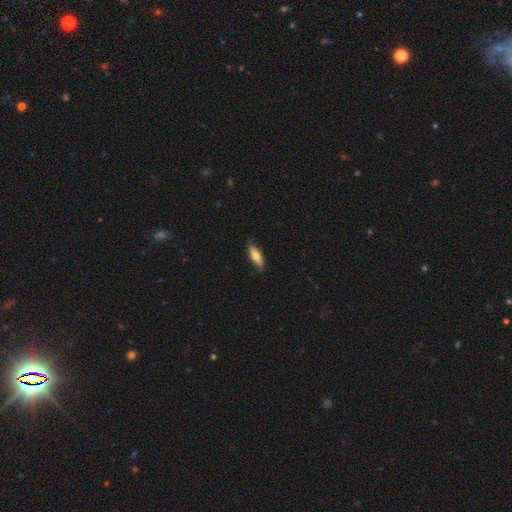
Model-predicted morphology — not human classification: A smooth galaxy with no disk features (71%) that is in between round and cigar-shaped (52%). Merging: none (84%).